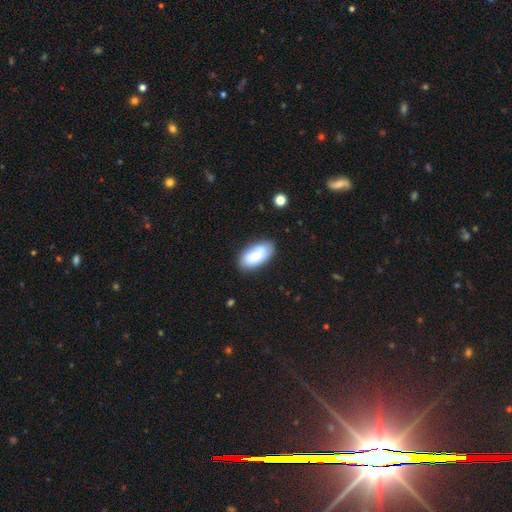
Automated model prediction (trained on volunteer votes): The model was most divided on "smooth or featured": smooth: 72%, featured or disk: 22%, star or artifact: 7%. More confident: how rounded — in between (93%); merging — none (73%).